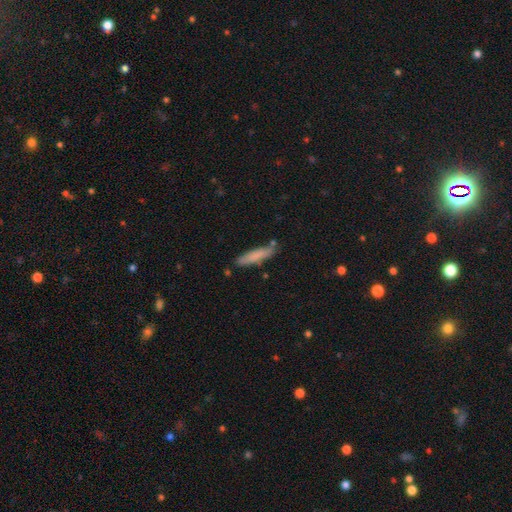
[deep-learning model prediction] Smooth or featured?
  - smooth: 78% *
  - featured or disk: 16%
  - star or artifact: 6%
How rounded?
  - cigar-shaped: 84% *
  - in between: 15%
  - round: 1%
Merging?
  - none: 77% *
  - minor disturbance: 15%
  - merger: 5%
  - major disturbance: 3%